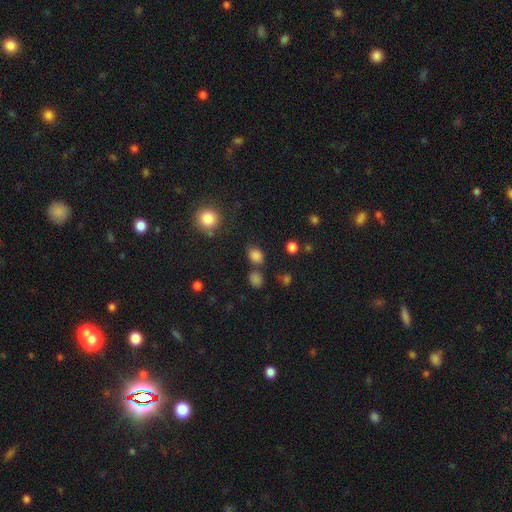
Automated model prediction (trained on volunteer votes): Smooth or featured? Predicted: smooth (p=0.82). How rounded? Predicted: in between (p=0.53). Merging? Predicted: none (p=0.70).